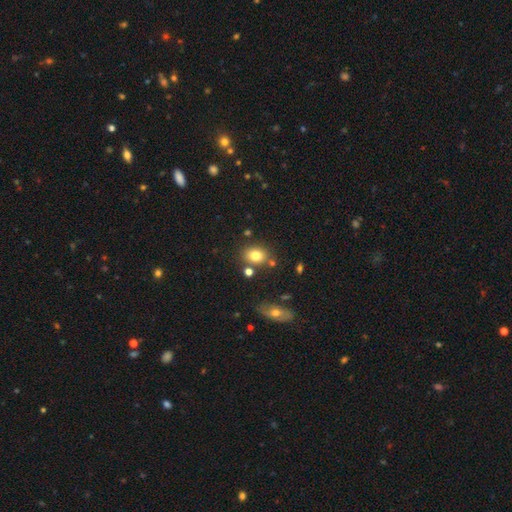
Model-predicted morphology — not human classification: Q: Smooth or featured?
A: smooth (78%); runner-up: star or artifact (11%)
Q: How rounded?
A: in between (58%); runner-up: round (41%)
Q: Merging?
A: none (74%); runner-up: minor disturbance (12%)